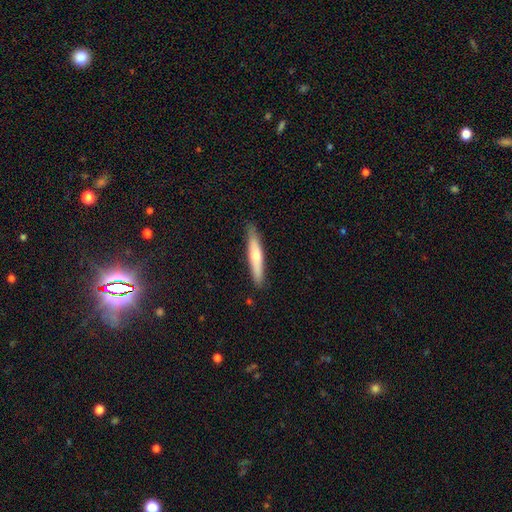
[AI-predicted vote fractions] smooth-or-featured: smooth: 61% | featured or disk: 33% | star or artifact: 5%
  how-rounded: cigar-shaped: 90% | in between: 9% | round: 1%
  merging: none: 87% | minor disturbance: 10% | major disturbance: 2% | merger: 1%